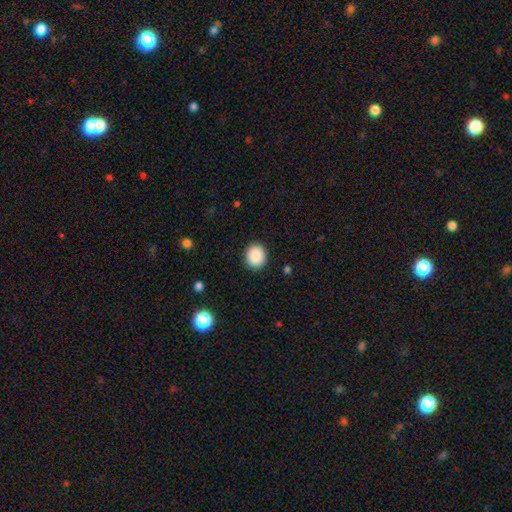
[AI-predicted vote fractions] Smooth or featured? Predicted: smooth (p=0.89). How rounded? Predicted: round (p=0.77). Merging? Predicted: none (p=0.91).